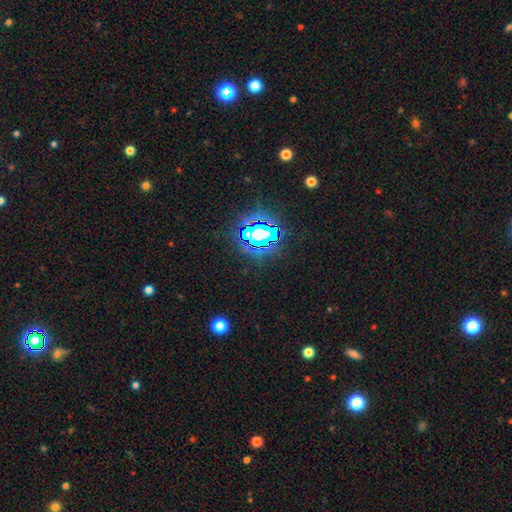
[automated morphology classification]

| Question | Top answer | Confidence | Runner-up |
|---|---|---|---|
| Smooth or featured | star or artifact | 80% | smooth (12%) |